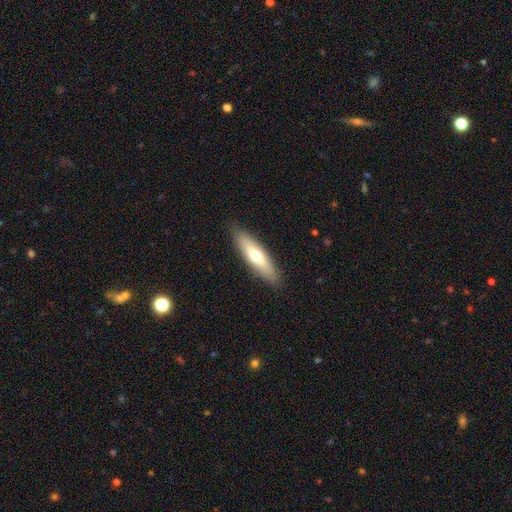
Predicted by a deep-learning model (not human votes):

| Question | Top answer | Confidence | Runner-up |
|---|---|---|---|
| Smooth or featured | smooth | 58% | featured or disk (36%) |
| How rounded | cigar-shaped | 65% | in between (34%) |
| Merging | none | 88% | minor disturbance (9%) |